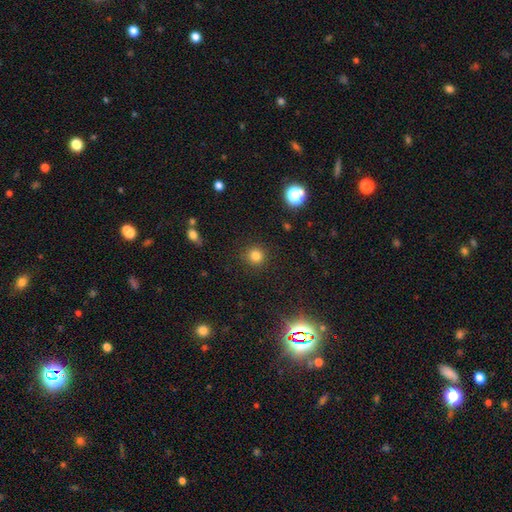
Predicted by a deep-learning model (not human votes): Smooth or featured: smooth — 80% (star or artifact — 15%)
How rounded: round — 92% (in between — 7%)
Merging: none — 90% (minor disturbance — 6%)